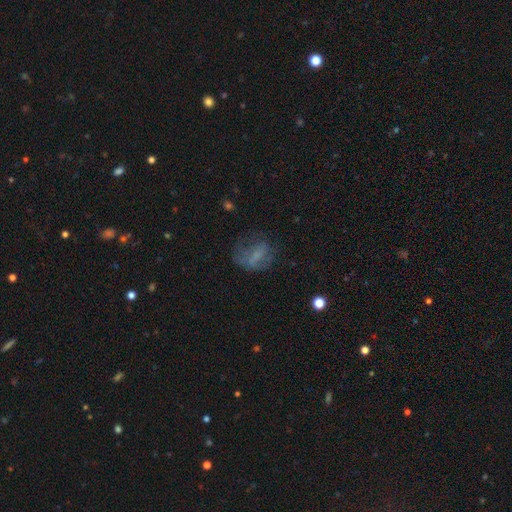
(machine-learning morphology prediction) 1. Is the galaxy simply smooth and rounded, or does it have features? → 48% smooth, 36% featured or disk, 16% star or artifact.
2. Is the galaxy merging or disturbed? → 44% none, 31% major disturbance, 23% minor disturbance, 2% merger.